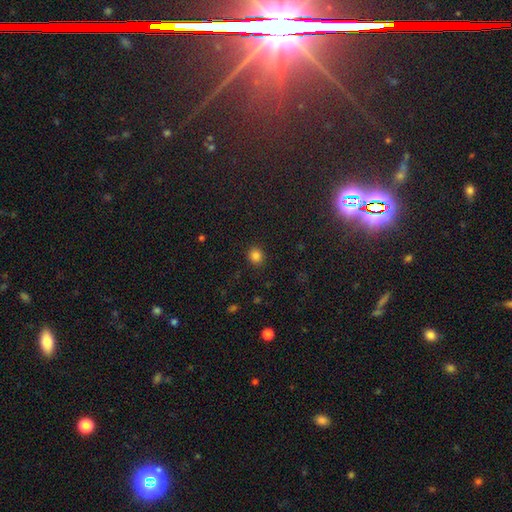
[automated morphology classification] This appears to be a smooth galaxy with no disk features (83%) that is round (79%). Merging: none (88%).